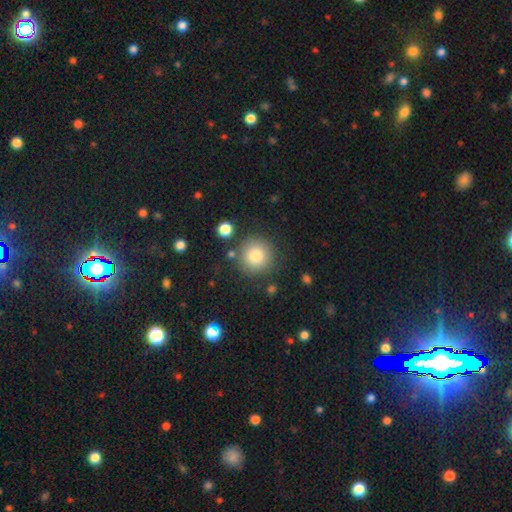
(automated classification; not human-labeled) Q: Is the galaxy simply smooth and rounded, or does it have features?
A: smooth — 81%.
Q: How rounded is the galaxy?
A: round — 95%.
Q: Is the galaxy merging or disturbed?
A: none — 83%.